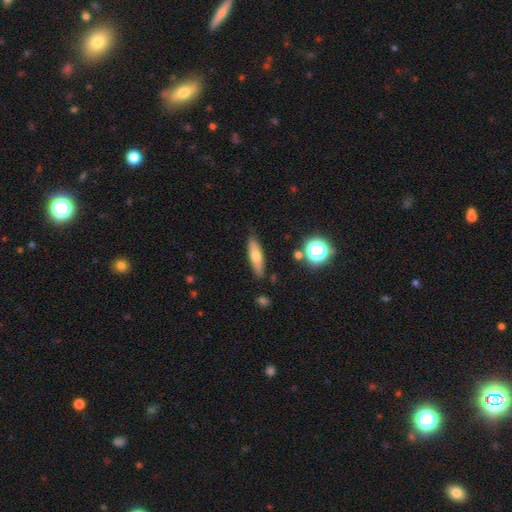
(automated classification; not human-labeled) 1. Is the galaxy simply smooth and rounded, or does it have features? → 61% smooth, 30% featured or disk, 9% star or artifact.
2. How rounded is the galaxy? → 64% cigar-shaped, 33% in between, 4% round.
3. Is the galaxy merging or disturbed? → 85% none, 11% minor disturbance, 2% major disturbance, 2% merger.